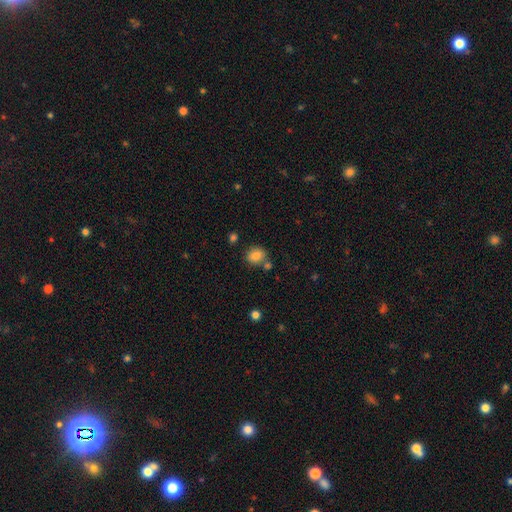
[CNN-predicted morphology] Smooth or featured?
  - smooth: 83% *
  - star or artifact: 10%
  - featured or disk: 7%
How rounded?
  - round: 62% *
  - in between: 37%
  - cigar-shaped: 1%
Merging?
  - none: 70% *
  - merger: 14%
  - minor disturbance: 12%
  - major disturbance: 4%